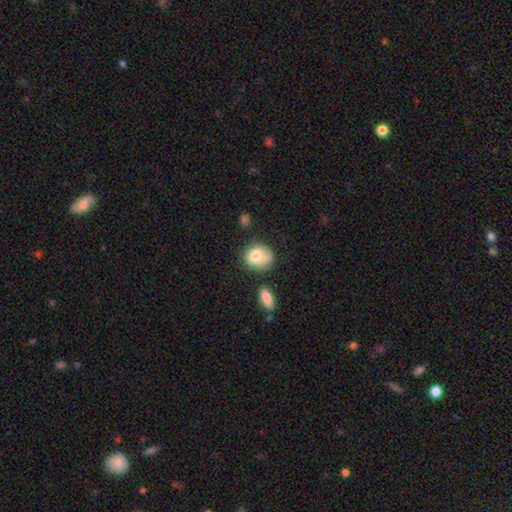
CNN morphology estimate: Q: Smooth or featured?
A: smooth (69%); runner-up: featured or disk (23%)
Q: How rounded?
A: round (56%); runner-up: in between (43%)
Q: Merging?
A: none (41%); runner-up: minor disturbance (23%)